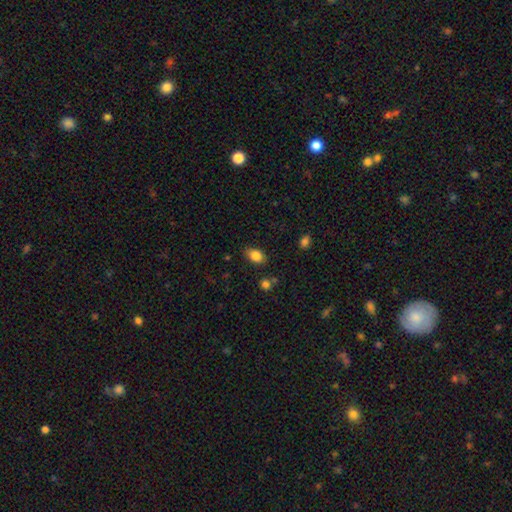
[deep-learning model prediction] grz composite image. It shows a smooth galaxy with no disk features (84%) that is in between round and cigar-shaped (81%). Merging: none (79%).